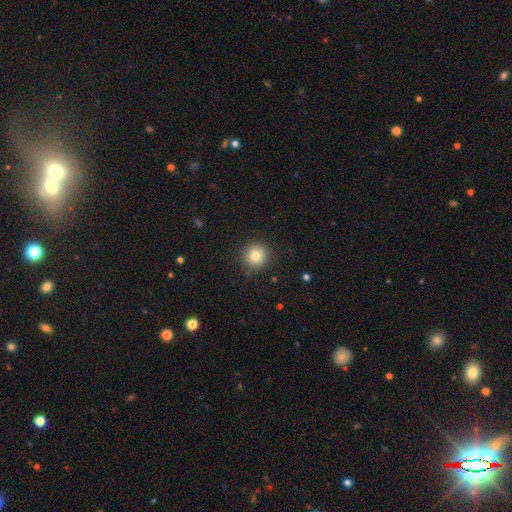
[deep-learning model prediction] This is clearly a smooth galaxy (81%). How rounded: clearly round (93%). Merging: clearly none (89%).